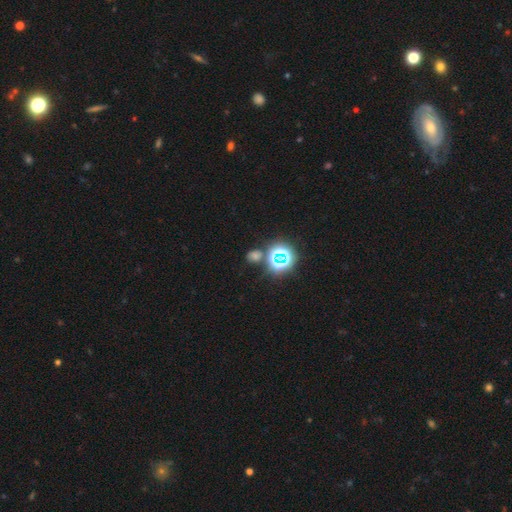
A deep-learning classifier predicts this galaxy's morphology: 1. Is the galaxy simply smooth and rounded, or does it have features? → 54% star or artifact, 38% smooth, 8% featured or disk.